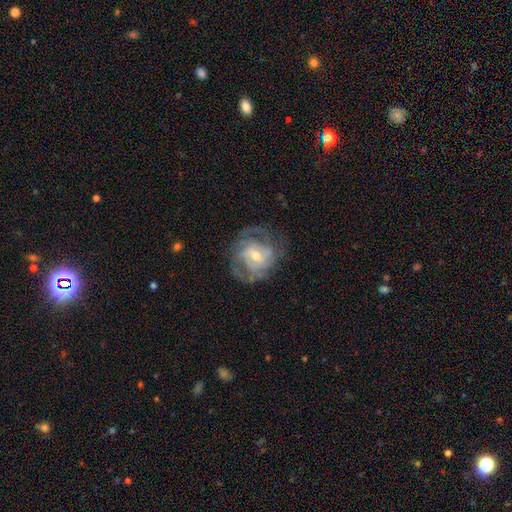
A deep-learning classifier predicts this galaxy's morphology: type=featured or disk (81%); edge-on=no (97%); bar=no (45%); spiral arms=yes (90%); winding=tight (50%); arm count=can't tell (34%); bulge=small (49%); merging=none (67%).